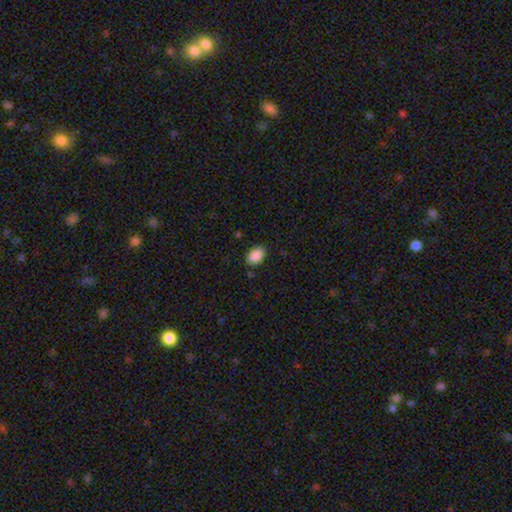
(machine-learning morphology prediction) The model was most divided on "how rounded": in between: 81%, round: 18%, cigar-shaped: 1%. More confident: smooth or featured — smooth (88%); merging — none (85%).